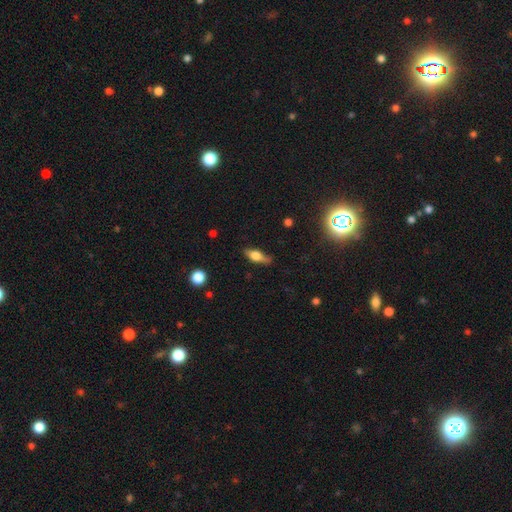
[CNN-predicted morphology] A featured or disk galaxy (47%).

Vote fractions:
- Smooth or featured? featured or disk: 47% / smooth: 44% / star or artifact: 8%
- Merging? none: 78% / minor disturbance: 16% / major disturbance: 4% / merger: 2%